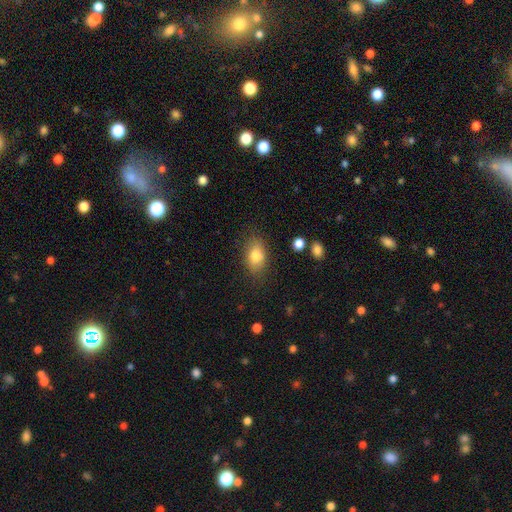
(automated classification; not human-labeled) The model was most divided on "merging": none: 80%, minor disturbance: 14%, major disturbance: 4%, merger: 2%. More confident: how rounded — in between (85%); smooth or featured — smooth (81%).